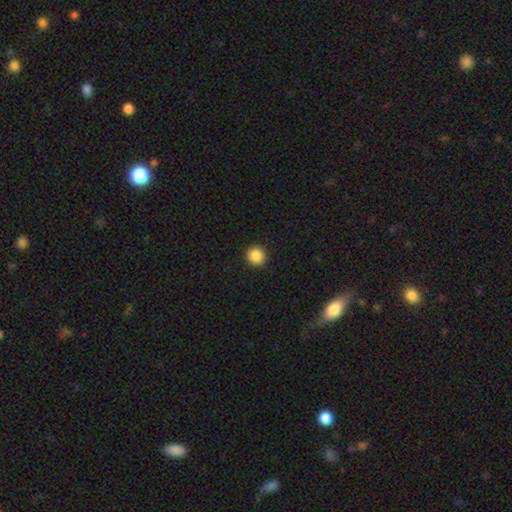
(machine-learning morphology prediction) smooth-or-featured: smooth: 87% | star or artifact: 9% | featured or disk: 3%
  how-rounded: round: 96% | in between: 3% | cigar-shaped: 1%
  merging: none: 93% | minor disturbance: 5% | major disturbance: 2% | merger: 1%